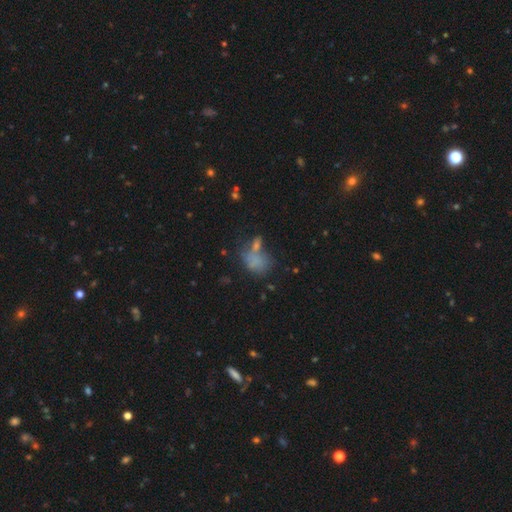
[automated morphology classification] Smooth or featured? smooth (64%)
How rounded? in between (65%)
Merging? none (39%)